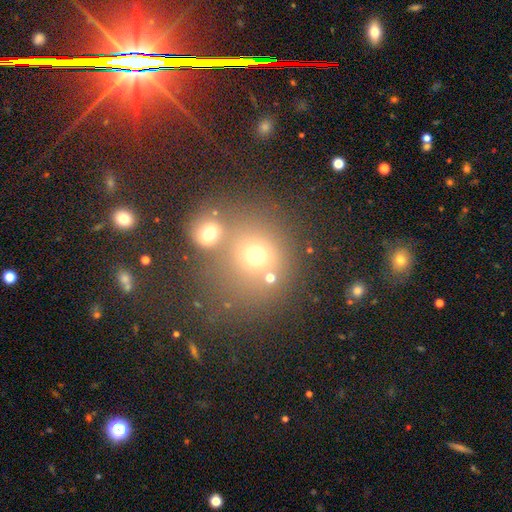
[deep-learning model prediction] A smooth galaxy with no disk features (62%) that is round (83%). Merging: none (49%).